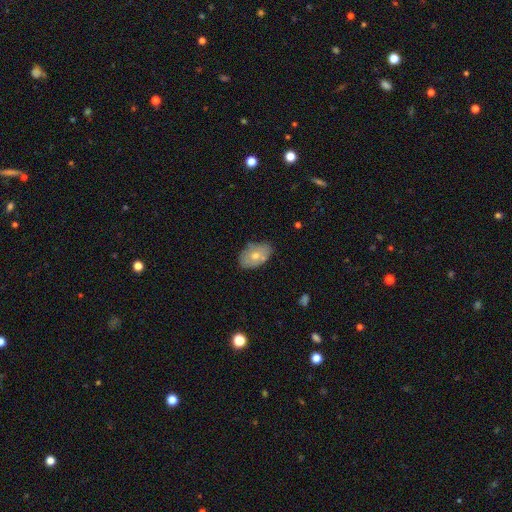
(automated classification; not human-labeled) Smooth or featured?
  - smooth: 59% *
  - featured or disk: 32%
  - star or artifact: 9%
How rounded?
  - in between: 88% *
  - round: 11%
  - cigar-shaped: 2%
Merging?
  - none: 78% *
  - minor disturbance: 16%
  - major disturbance: 3%
  - merger: 3%